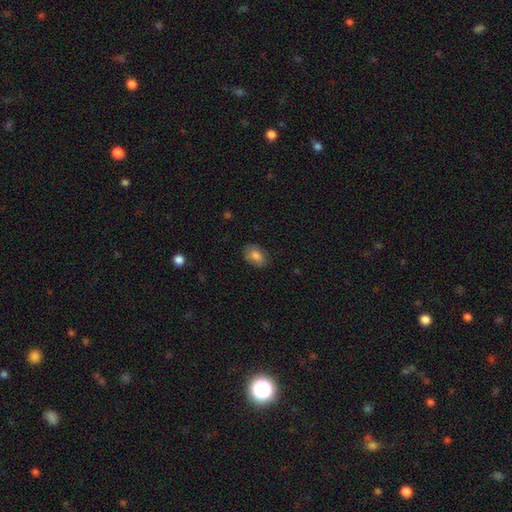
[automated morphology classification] type=smooth (83%); roundness=in between (83%); merging=none (83%).